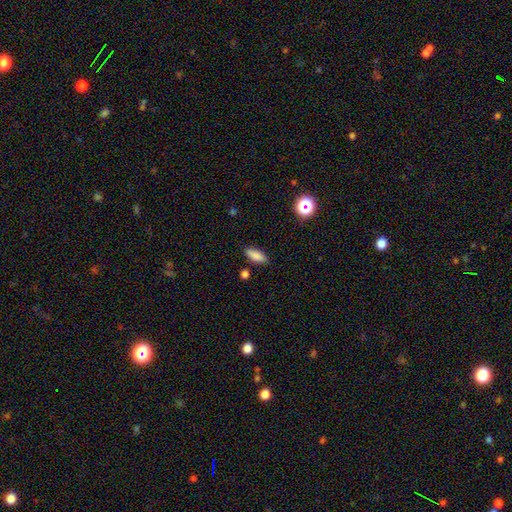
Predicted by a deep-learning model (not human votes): A smooth galaxy with no disk features (83%) that is in between round and cigar-shaped (72%). Merging: none (81%).